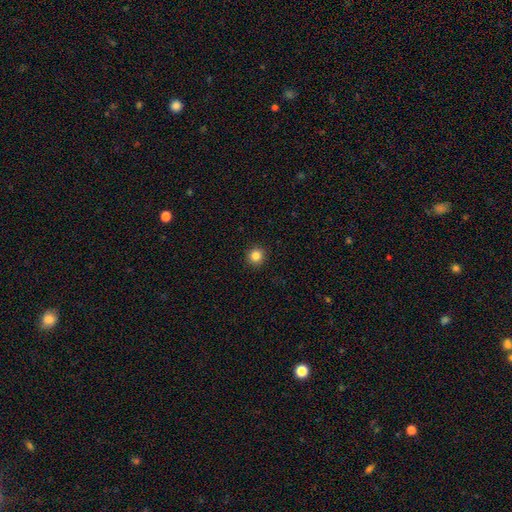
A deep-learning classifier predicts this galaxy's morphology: Smooth or featured?
  - smooth: 85% *
  - star or artifact: 11%
  - featured or disk: 4%
How rounded?
  - round: 94% *
  - in between: 5%
  - cigar-shaped: 1%
Merging?
  - none: 93% *
  - minor disturbance: 5%
  - major disturbance: 2%
  - merger: 1%